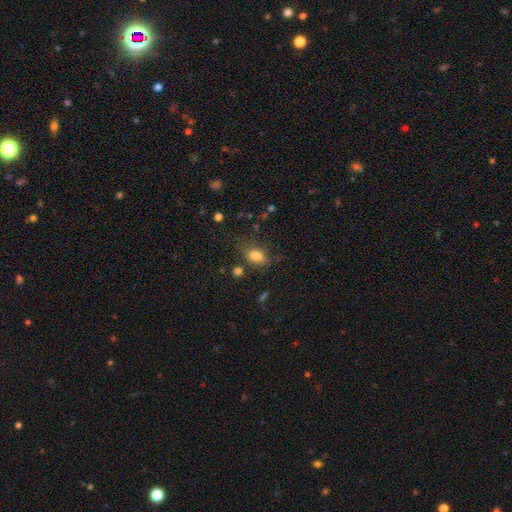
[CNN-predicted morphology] smooth-or-featured: smooth: 82% | star or artifact: 11% | featured or disk: 8%
  how-rounded: in between: 82% | round: 16% | cigar-shaped: 2%
  merging: none: 65% | minor disturbance: 21% | major disturbance: 9% | merger: 6%